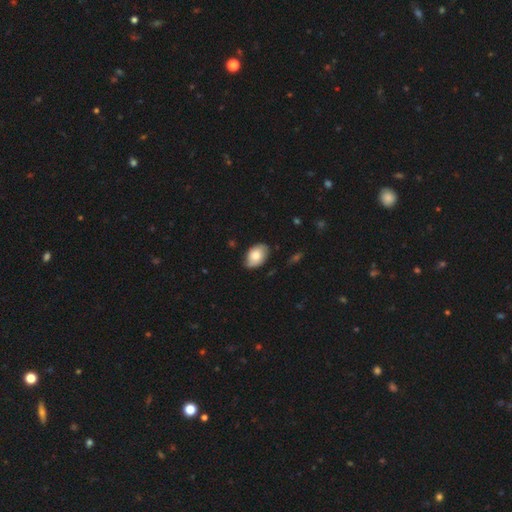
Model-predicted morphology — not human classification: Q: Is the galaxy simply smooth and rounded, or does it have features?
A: smooth — 73%.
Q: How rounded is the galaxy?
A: in between — 87%.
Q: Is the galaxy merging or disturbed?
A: none — 73%.